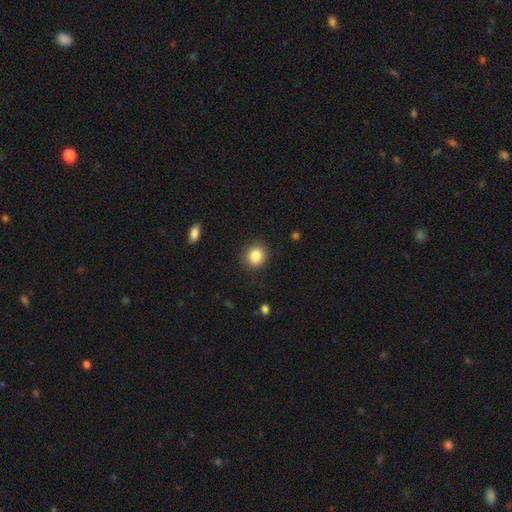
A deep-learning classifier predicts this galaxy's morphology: Smooth or featured? Predicted: smooth (p=0.85). How rounded? Predicted: round (p=0.85). Merging? Predicted: none (p=0.90).